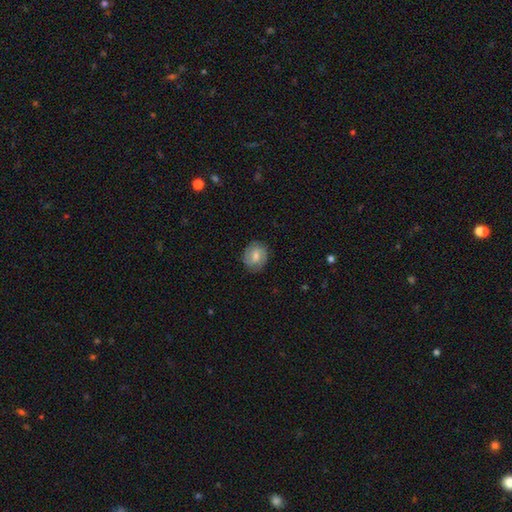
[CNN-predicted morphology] Overall: featured or disk (47%; smooth 45%). Merging: none (83%).